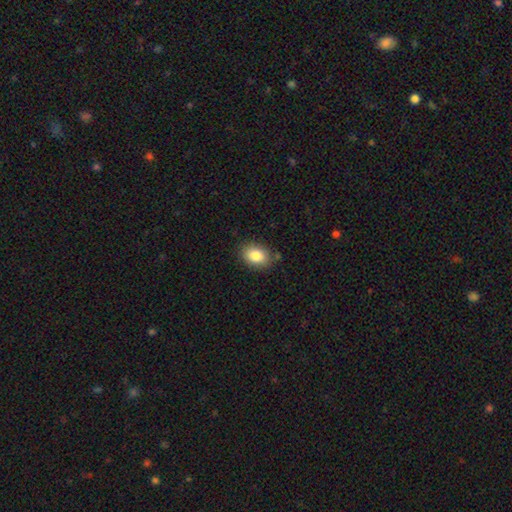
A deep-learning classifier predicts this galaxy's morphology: Overall: smooth (85%). How rounded: in between (77%). Merging: none (81%).